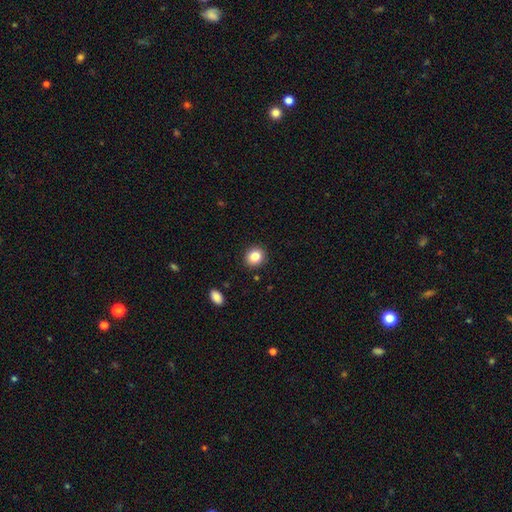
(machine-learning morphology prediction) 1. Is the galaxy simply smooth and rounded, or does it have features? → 84% smooth, 10% star or artifact, 6% featured or disk.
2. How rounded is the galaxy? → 81% round, 18% in between, 1% cigar-shaped.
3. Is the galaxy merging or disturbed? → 91% none, 6% minor disturbance, 2% major disturbance, 1% merger.